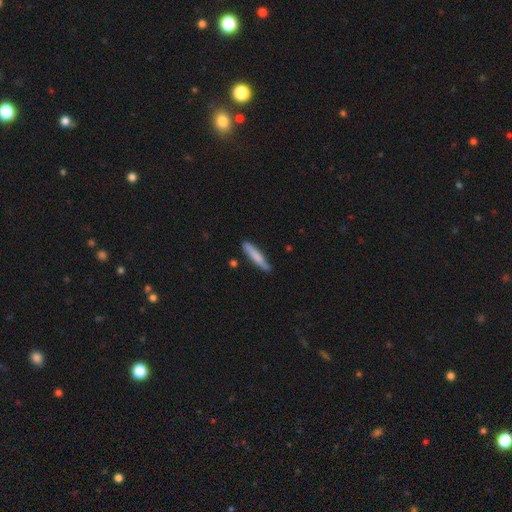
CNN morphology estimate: smooth_or_featured: smooth (p=0.75) [alt: featured or disk p=0.20]
how_rounded: cigar-shaped (p=0.91) [alt: in between p=0.07]
merging: none (p=0.82) [alt: minor disturbance p=0.14]